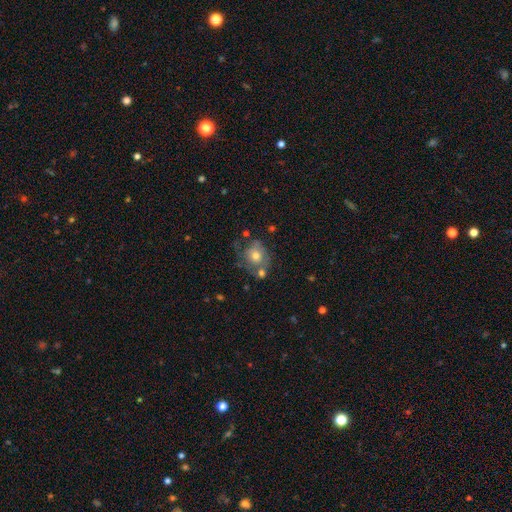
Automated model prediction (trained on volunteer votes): This is possibly a smooth galaxy (57%). How rounded: likely round (68%). Merging: possibly none (48%).